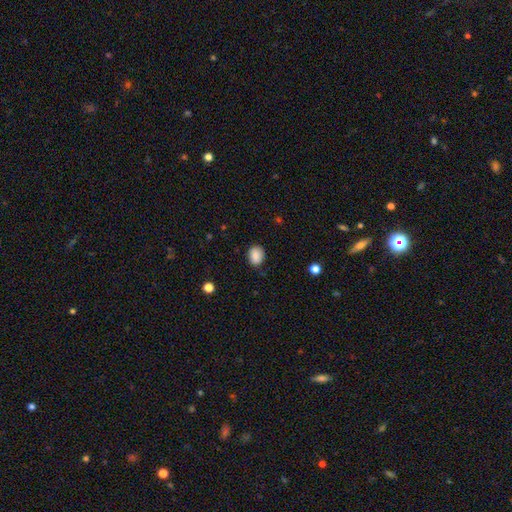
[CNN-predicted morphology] Q: Smooth or featured?
A: smooth (88%); runner-up: star or artifact (8%)
Q: How rounded?
A: in between (55%); runner-up: round (44%)
Q: Merging?
A: none (81%); runner-up: minor disturbance (15%)